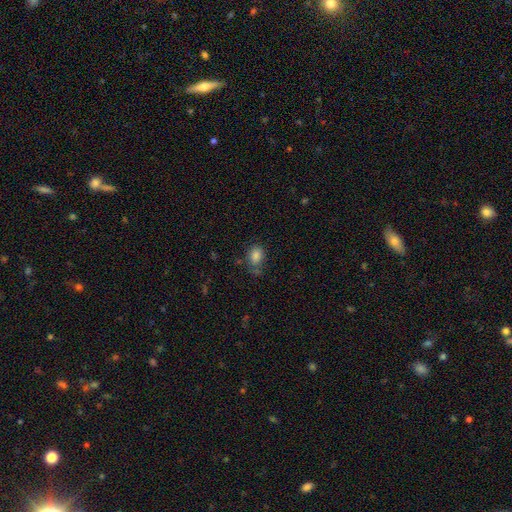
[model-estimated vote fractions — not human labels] Morphology: type=smooth (82%); roundness=in between (68%); merging=none (59%).